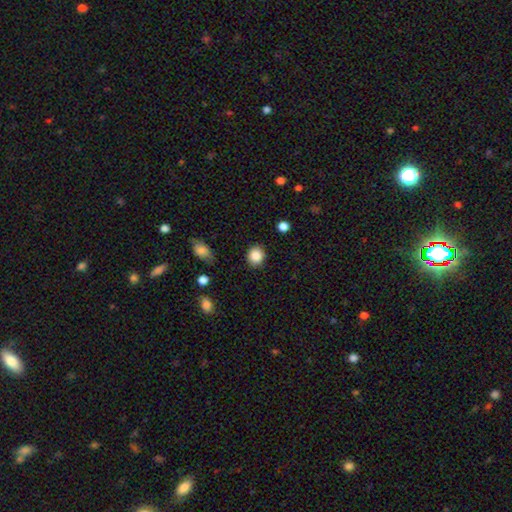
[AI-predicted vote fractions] Smooth or featured?
  - smooth: 87% *
  - star or artifact: 9%
  - featured or disk: 4%
How rounded?
  - round: 79% *
  - in between: 20%
  - cigar-shaped: 1%
Merging?
  - none: 86% *
  - minor disturbance: 9%
  - major disturbance: 3%
  - merger: 2%